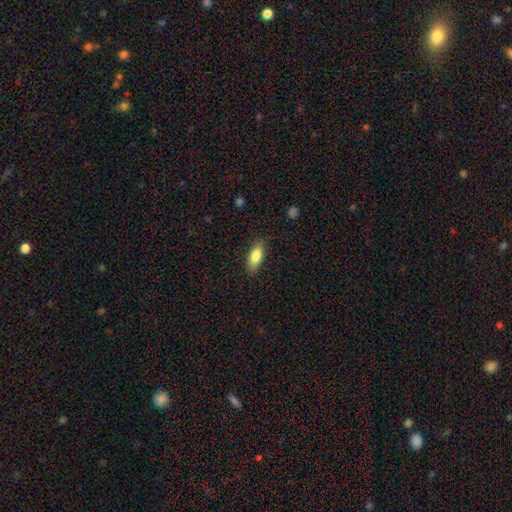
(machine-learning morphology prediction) A smooth galaxy with no disk features (83%) that is in between round and cigar-shaped (77%). Merging: none (84%).